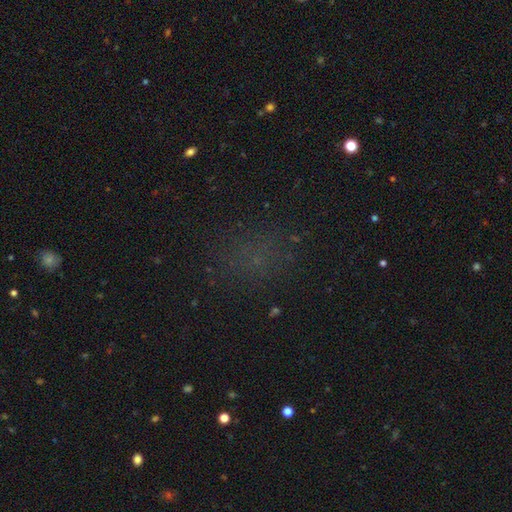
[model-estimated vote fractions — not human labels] Smooth or featured? smooth (47%)
Merging? none (76%)